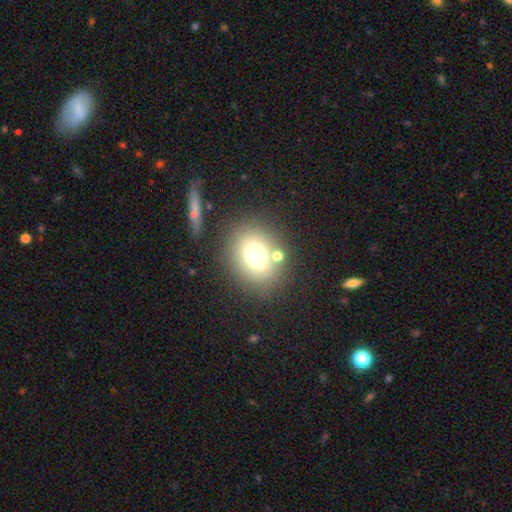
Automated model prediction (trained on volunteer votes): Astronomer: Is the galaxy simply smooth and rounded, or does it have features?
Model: smooth — 73%.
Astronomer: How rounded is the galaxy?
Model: round — 60% (runner-up: in between, 39%).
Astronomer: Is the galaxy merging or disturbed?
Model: none — 75%.